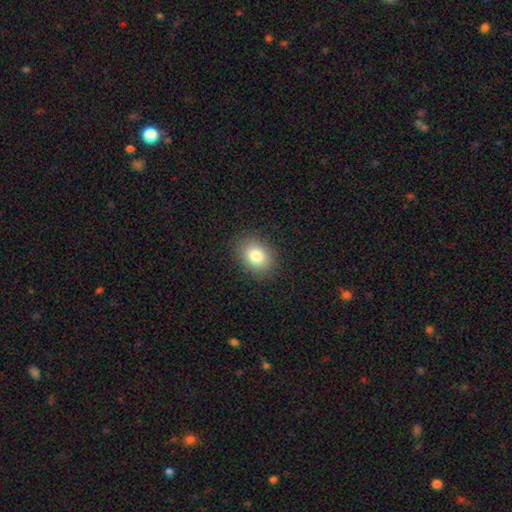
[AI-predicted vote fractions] Smooth or featured?
  - smooth: 82% *
  - star or artifact: 10%
  - featured or disk: 8%
How rounded?
  - in between: 58% *
  - round: 41%
  - cigar-shaped: 1%
Merging?
  - none: 89% *
  - minor disturbance: 8%
  - major disturbance: 2%
  - merger: 1%